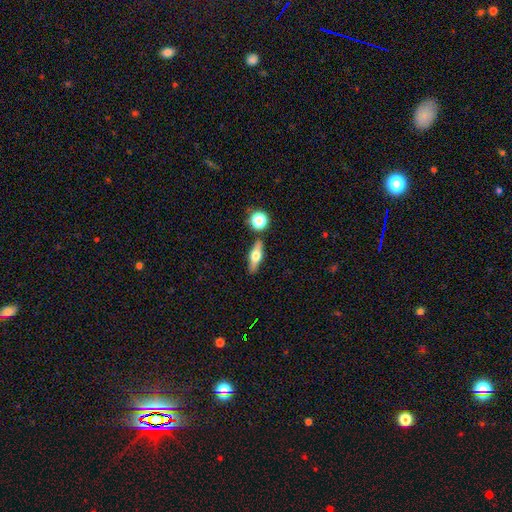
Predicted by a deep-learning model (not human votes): A smooth galaxy with no disk features (47%).

Vote fractions:
- Smooth or featured? smooth: 47% / featured or disk: 45% / star or artifact: 8%
- Merging? none: 81% / minor disturbance: 10% / merger: 7% / major disturbance: 3%